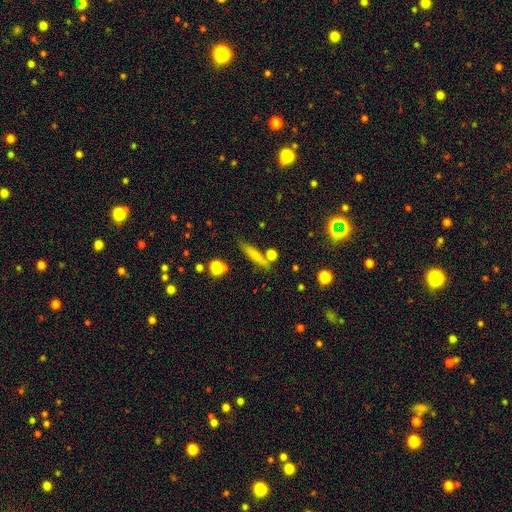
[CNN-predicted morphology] Smooth or featured: smooth — 70% (featured or disk — 20%)
How rounded: cigar-shaped — 82% (in between — 13%)
Merging: none — 75% (minor disturbance — 12%)